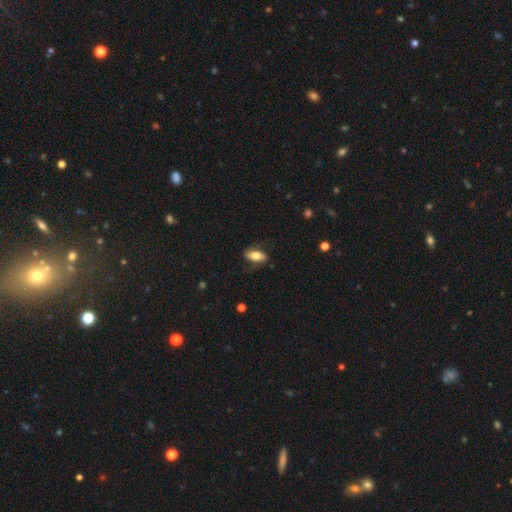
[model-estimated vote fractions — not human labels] smooth 71%, featured or disk 22%, star or artifact 6%. Down the decision tree: how rounded — in between (83%); merging — none (75%).